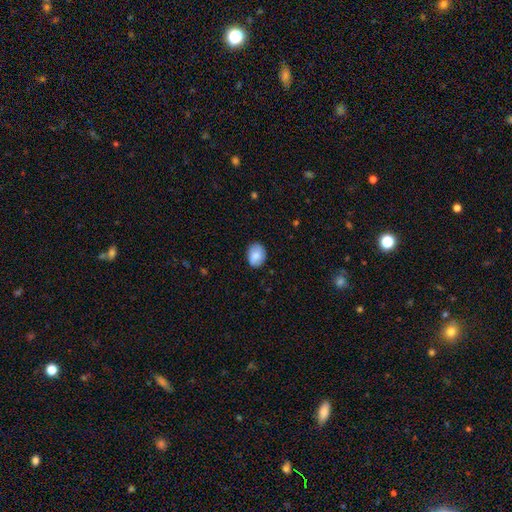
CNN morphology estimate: smooth_or_featured: smooth (p=0.82) [alt: featured or disk p=0.11]
how_rounded: in between (p=0.62) [alt: round p=0.37]
merging: none (p=0.80) [alt: minor disturbance p=0.16]